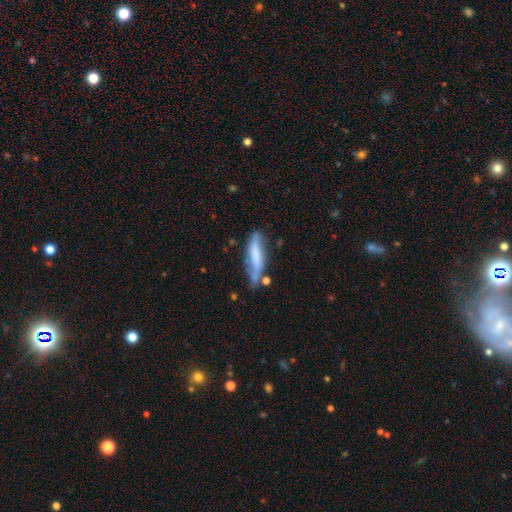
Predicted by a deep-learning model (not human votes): smooth_or_featured: smooth (p=0.62) [alt: featured or disk p=0.32]
how_rounded: cigar-shaped (p=0.76) [alt: in between p=0.23]
merging: none (p=0.55) [alt: minor disturbance p=0.29]